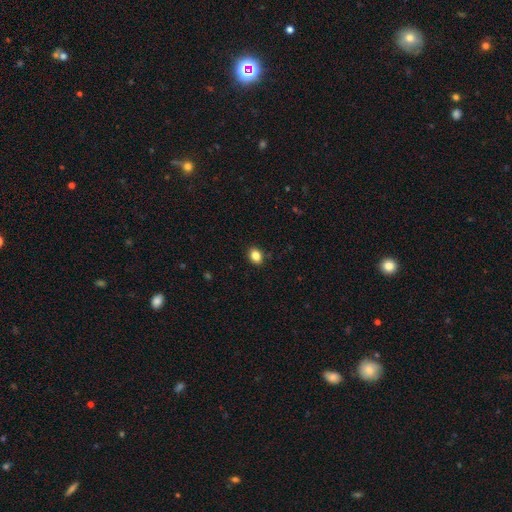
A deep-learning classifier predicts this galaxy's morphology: smooth-or-featured: smooth: 85% | star or artifact: 10% | featured or disk: 5%
  how-rounded: in between: 56% | round: 43% | cigar-shaped: 1%
  merging: none: 88% | minor disturbance: 8% | major disturbance: 2% | merger: 1%